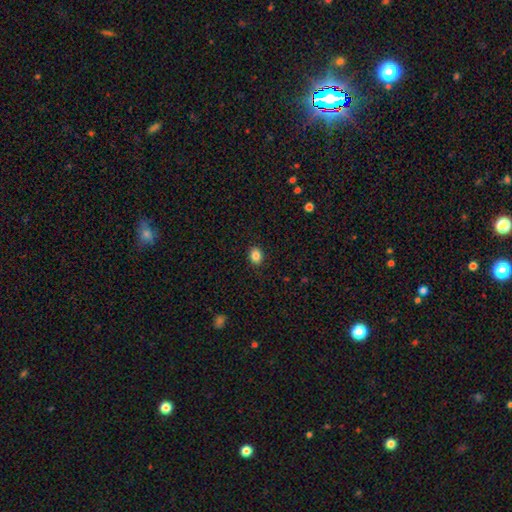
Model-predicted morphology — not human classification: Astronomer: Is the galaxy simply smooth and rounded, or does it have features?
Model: smooth — 85%.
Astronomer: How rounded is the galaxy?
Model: in between — 54% (runner-up: round, 45%).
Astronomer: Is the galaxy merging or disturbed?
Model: none — 89%.